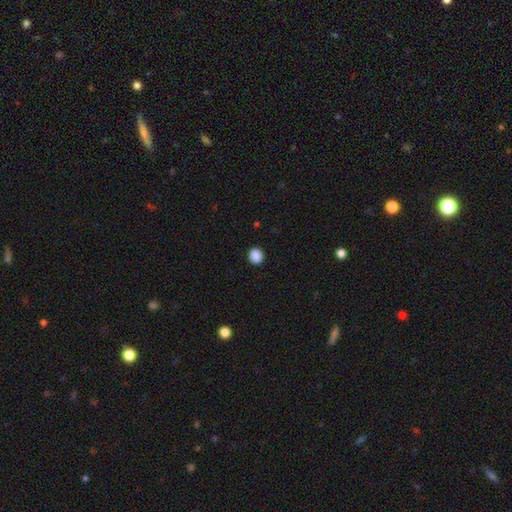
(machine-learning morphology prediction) Q: Smooth or featured?
A: smooth (89%); runner-up: star or artifact (9%)
Q: How rounded?
A: round (78%); runner-up: in between (21%)
Q: Merging?
A: none (92%); runner-up: minor disturbance (5%)